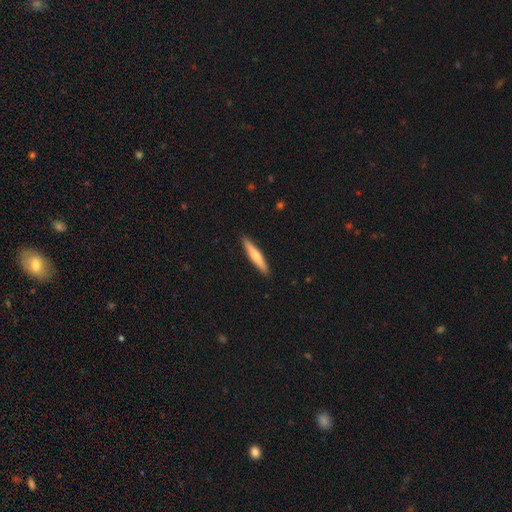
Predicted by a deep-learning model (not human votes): Smooth or featured?
  - smooth: 59% *
  - featured or disk: 36%
  - star or artifact: 5%
How rounded?
  - cigar-shaped: 92% *
  - in between: 7%
  - round: 1%
Merging?
  - none: 91% *
  - minor disturbance: 6%
  - major disturbance: 1%
  - merger: 1%